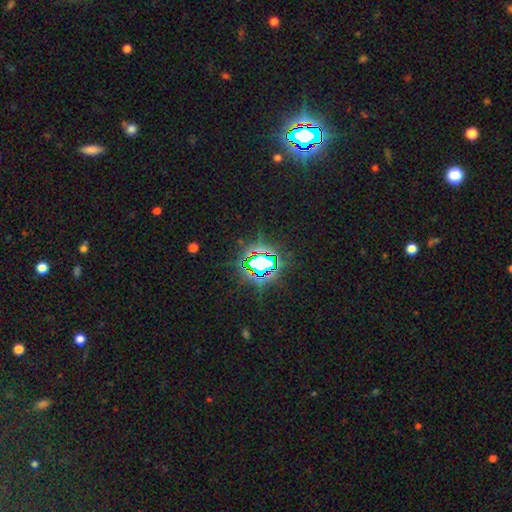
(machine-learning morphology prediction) star or artifact 79%, smooth 12%, featured or disk 9%.